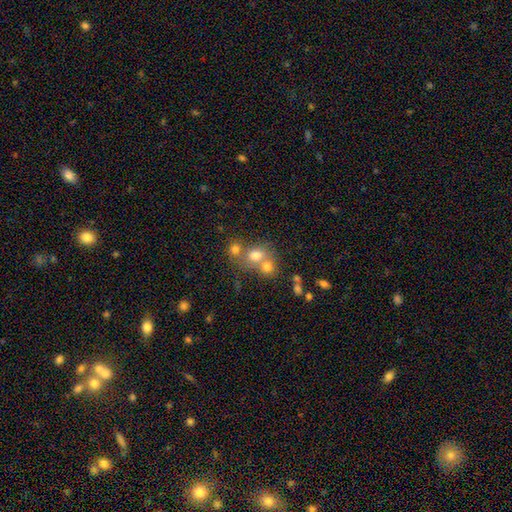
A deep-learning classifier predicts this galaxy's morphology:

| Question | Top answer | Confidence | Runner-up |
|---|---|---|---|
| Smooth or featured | smooth | 71% | featured or disk (15%) |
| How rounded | round | 68% | in between (31%) |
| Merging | merger | 51% | none (37%) |